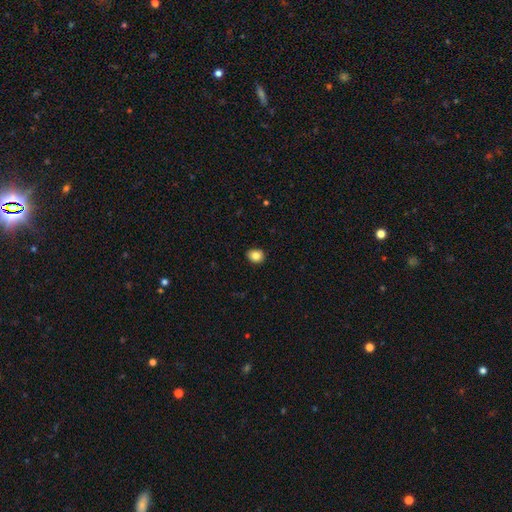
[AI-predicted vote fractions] Smooth or featured?
  - smooth: 84% *
  - star or artifact: 10%
  - featured or disk: 6%
How rounded?
  - round: 60% *
  - in between: 40%
  - cigar-shaped: 1%
Merging?
  - none: 90% *
  - minor disturbance: 8%
  - major disturbance: 2%
  - merger: 1%